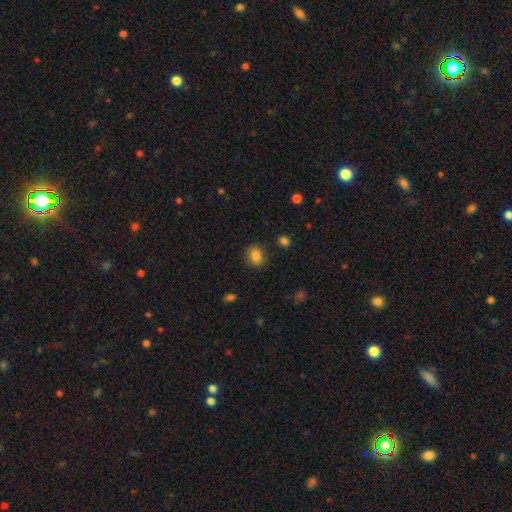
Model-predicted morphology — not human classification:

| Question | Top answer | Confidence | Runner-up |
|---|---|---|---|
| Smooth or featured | smooth | 84% | star or artifact (10%) |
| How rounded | round | 62% | in between (37%) |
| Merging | none | 85% | minor disturbance (10%) |